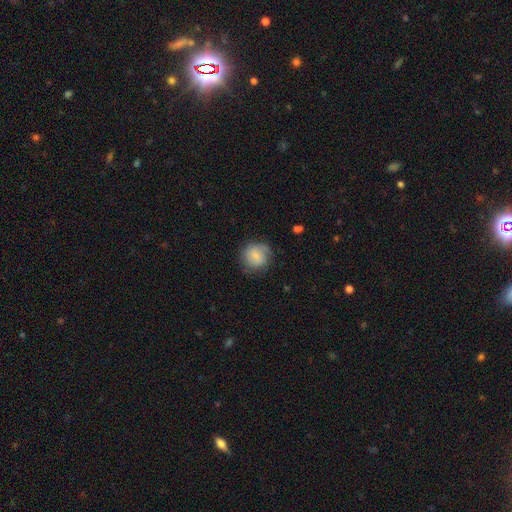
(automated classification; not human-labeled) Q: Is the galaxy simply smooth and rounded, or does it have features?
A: smooth — 68%.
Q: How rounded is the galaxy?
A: round — 86%.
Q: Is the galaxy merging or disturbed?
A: none — 70%.